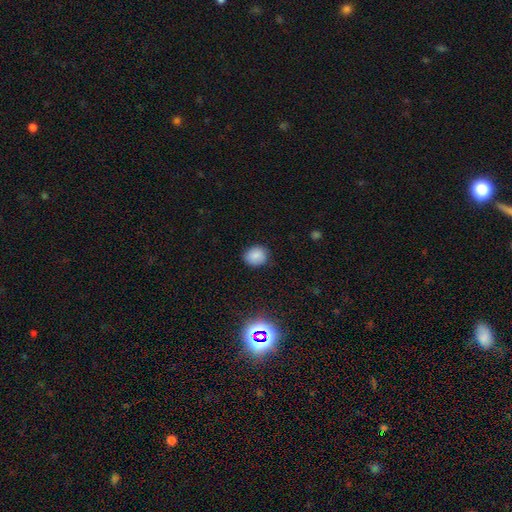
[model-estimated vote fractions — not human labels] Smooth or featured: smooth — 82% (star or artifact — 12%)
How rounded: round — 64% (in between — 35%)
Merging: none — 85% (minor disturbance — 12%)